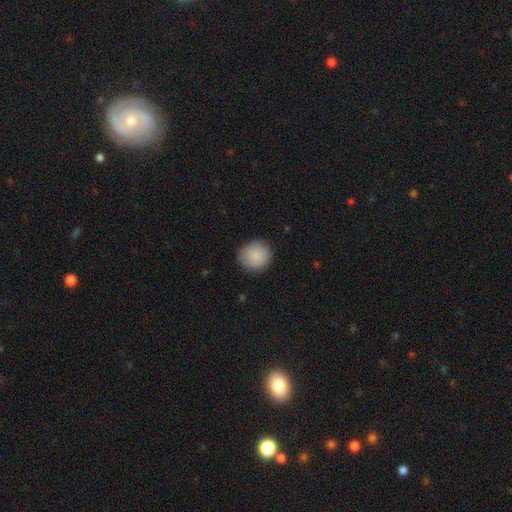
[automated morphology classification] Smooth or featured?
  - smooth: 87% *
  - featured or disk: 7%
  - star or artifact: 6%
How rounded?
  - round: 82% *
  - in between: 17%
  - cigar-shaped: 1%
Merging?
  - none: 85% *
  - minor disturbance: 11%
  - major disturbance: 3%
  - merger: 1%